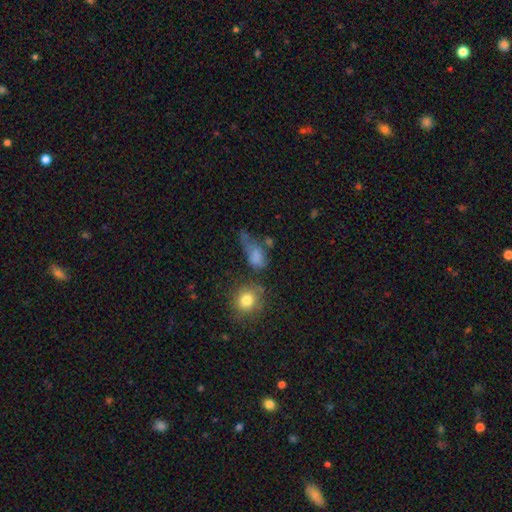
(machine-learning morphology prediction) This is likely a smooth galaxy (69%). How rounded: likely in between (73%). Merging: marginally major disturbance (34%).